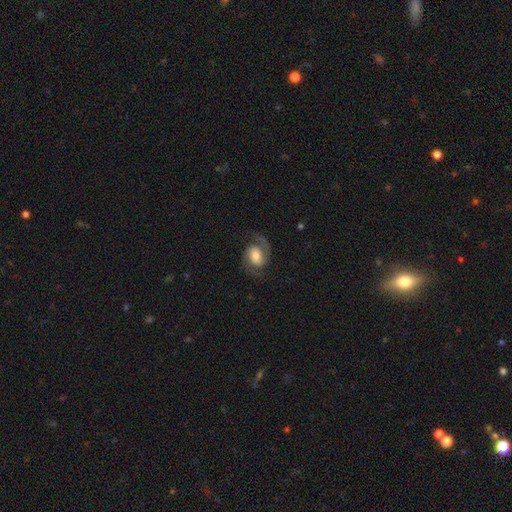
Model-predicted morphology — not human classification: This appears to be a featured or disk galaxy (80%) with no bar (53%), 2 (91%) medium (53%) spiral arms (96%) and a moderate central bulge (58%). Merging: none (75%).